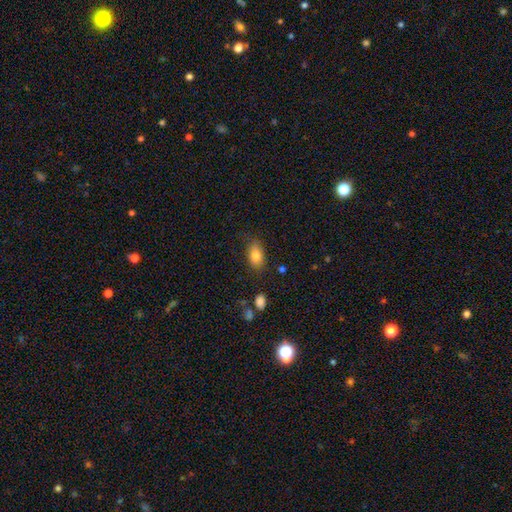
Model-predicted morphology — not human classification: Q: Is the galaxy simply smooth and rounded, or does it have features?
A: smooth — 80%.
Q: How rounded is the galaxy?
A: in between — 88%.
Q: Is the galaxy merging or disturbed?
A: none — 76%.